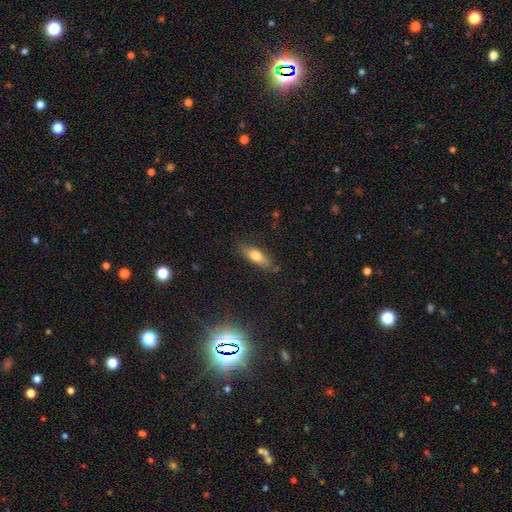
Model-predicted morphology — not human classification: The model was most divided on "how rounded": in between: 60%, cigar-shaped: 37%, round: 3%. More confident: merging — none (79%); smooth or featured — smooth (70%).